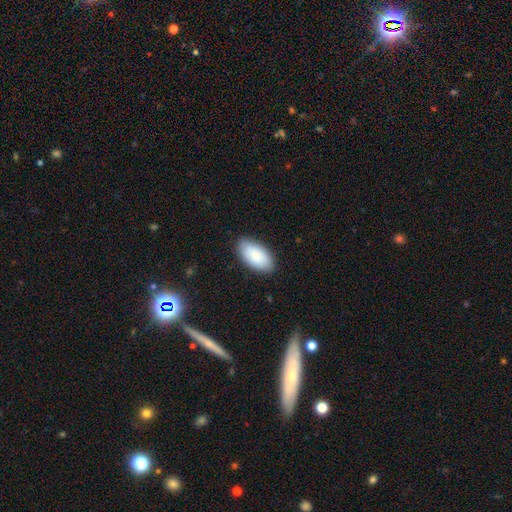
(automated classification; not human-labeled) This appears to be a smooth galaxy with no disk features (88%) that is in between round and cigar-shaped (96%). Merging: none (86%).